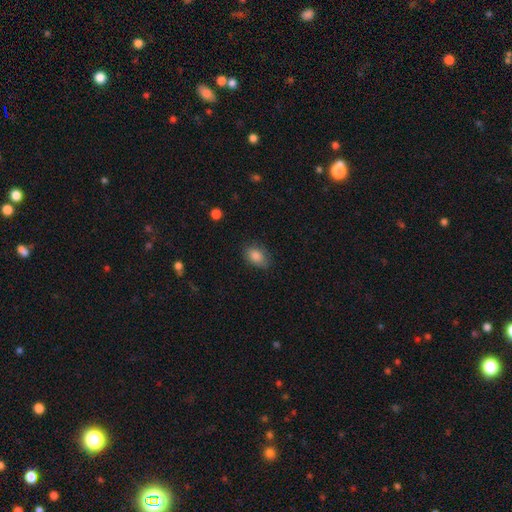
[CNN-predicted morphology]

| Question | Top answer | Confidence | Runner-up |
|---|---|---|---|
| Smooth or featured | smooth | 85% | star or artifact (8%) |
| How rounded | in between | 83% | round (15%) |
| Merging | none | 75% | minor disturbance (19%) |